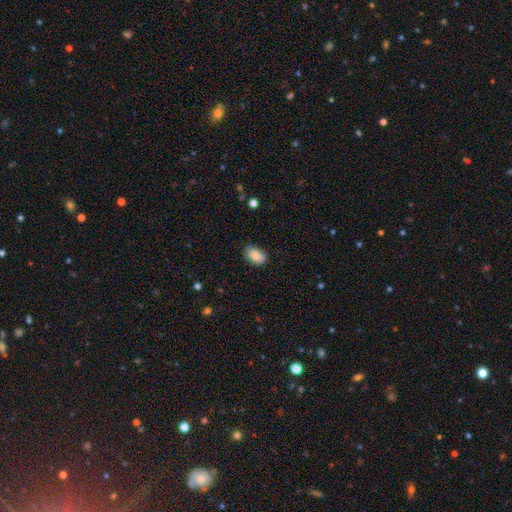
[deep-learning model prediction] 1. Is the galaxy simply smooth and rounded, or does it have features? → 85% smooth, 7% star or artifact, 7% featured or disk.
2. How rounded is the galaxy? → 88% in between, 11% round, 1% cigar-shaped.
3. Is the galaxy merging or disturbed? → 78% none, 18% minor disturbance, 3% major disturbance, 1% merger.